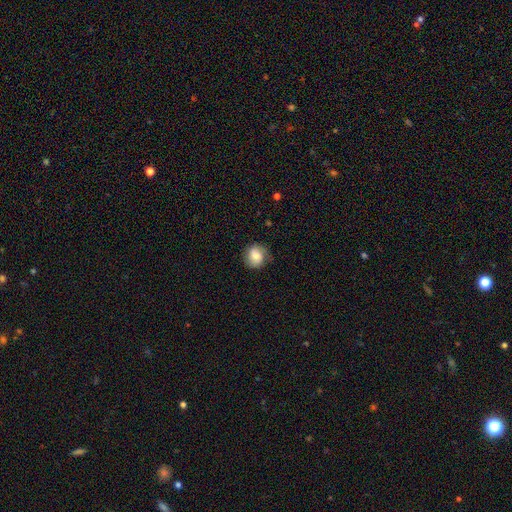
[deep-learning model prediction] smooth 66%, featured or disk 26%, star or artifact 9%. Down the decision tree: how rounded — round (80%); merging — none (73%).